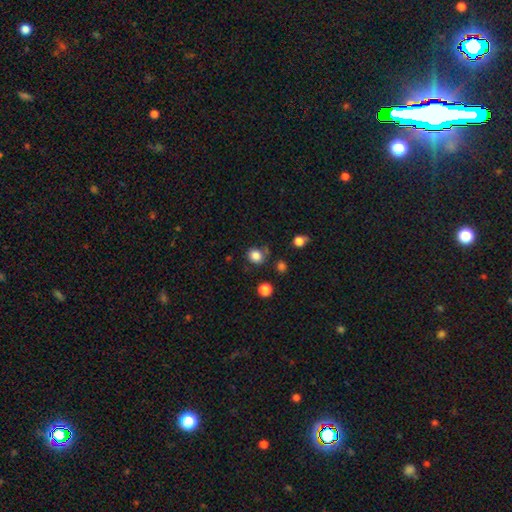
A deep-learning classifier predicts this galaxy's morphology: A smooth galaxy with no disk features (84%) that is round (76%). Merging: none (76%).